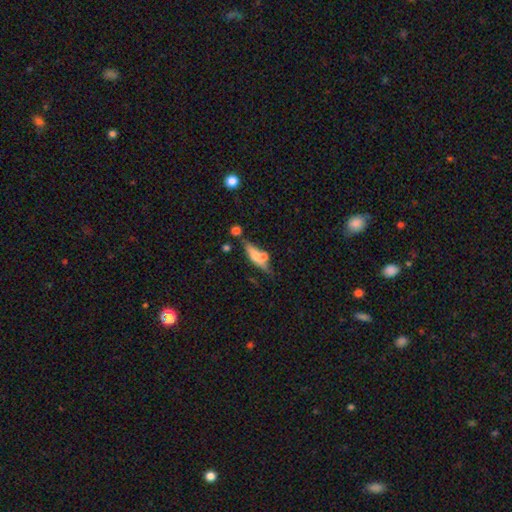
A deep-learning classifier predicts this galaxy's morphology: Smooth or featured? smooth (48%)
Merging? none (57%)